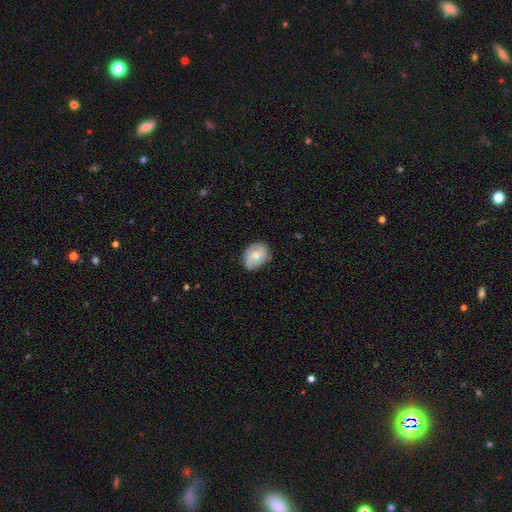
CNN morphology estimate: A featured or disk galaxy (62%) with no bar (60%), 2 (57%) medium (43%) spiral arms (91%) and a moderate central bulge (55%).

Vote fractions:
- Smooth or featured? featured or disk: 62% / smooth: 32% / star or artifact: 6%
- Edge-on disk? no: 97% / yes: 3%
- Bar? no: 60% / weak: 35% / strong: 5%
- Spiral arms? yes: 91% / no: 9%
- Spiral winding? medium: 43% / tight: 40% / loose: 17%
- Spiral arm count? 2: 57% / can't tell: 17% / 3: 16% / 1: 5% / 4: 2% / more than 4: 2%
- Bulge size? moderate: 55% / small: 33% / none: 5% / large: 5% / dominant: 1%
- Merging? none: 72% / minor disturbance: 22% / major disturbance: 5% / merger: 1%